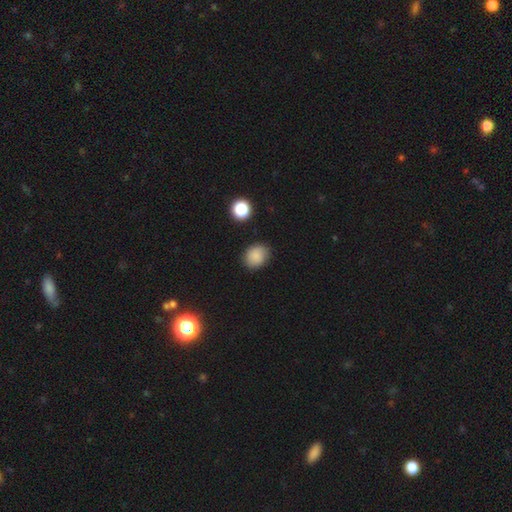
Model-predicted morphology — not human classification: Smooth or featured? Predicted: smooth (p=0.85). How rounded? Predicted: round (p=0.59). Merging? Predicted: none (p=0.82).